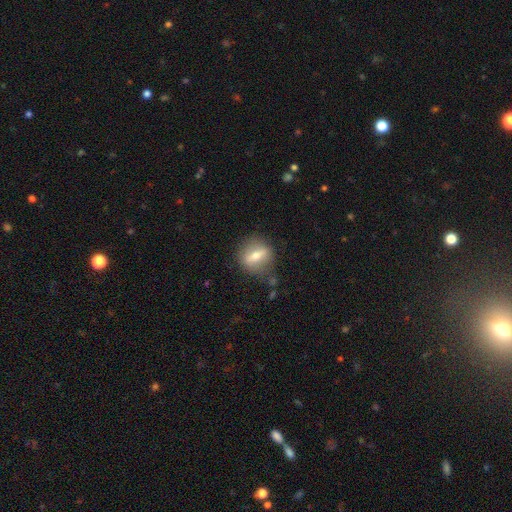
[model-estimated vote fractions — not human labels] Smooth or featured? featured or disk (46%)
Merging? none (80%)